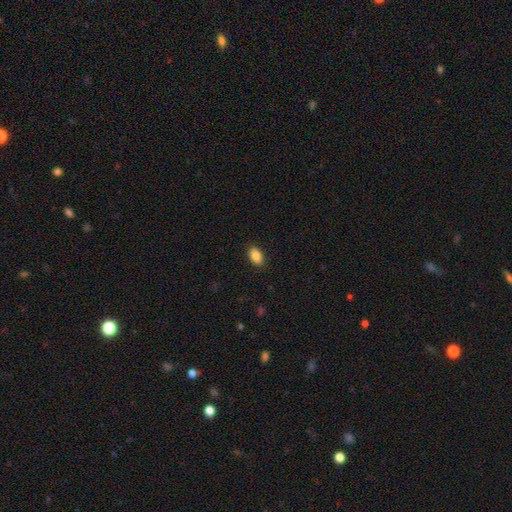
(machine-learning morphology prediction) This is clearly a smooth galaxy (86%). How rounded: clearly in between (89%). Merging: clearly none (87%).